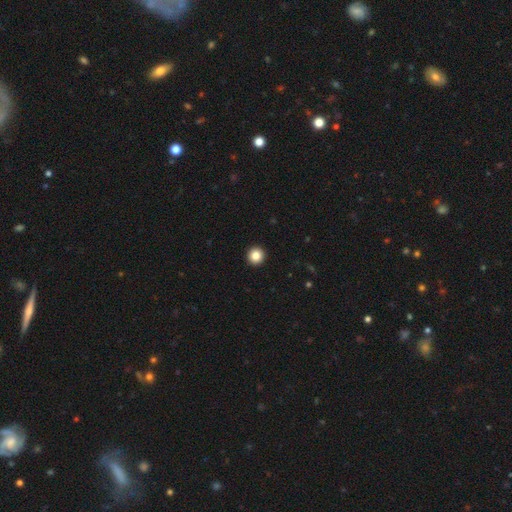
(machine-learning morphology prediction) Smooth or featured?
  - smooth: 86% *
  - star or artifact: 10%
  - featured or disk: 4%
How rounded?
  - round: 96% *
  - in between: 3%
  - cigar-shaped: 1%
Merging?
  - none: 94% *
  - minor disturbance: 3%
  - major disturbance: 1%
  - merger: 1%